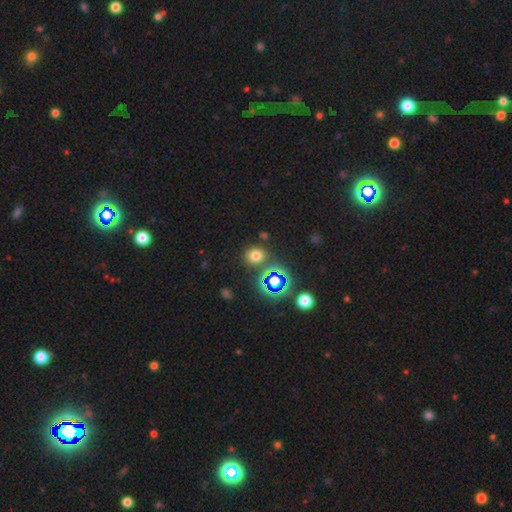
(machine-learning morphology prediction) smooth_or_featured: smooth (p=0.66) [alt: star or artifact p=0.27]
how_rounded: round (p=0.76) [alt: in between p=0.23]
merging: none (p=0.80) [alt: minor disturbance p=0.09]